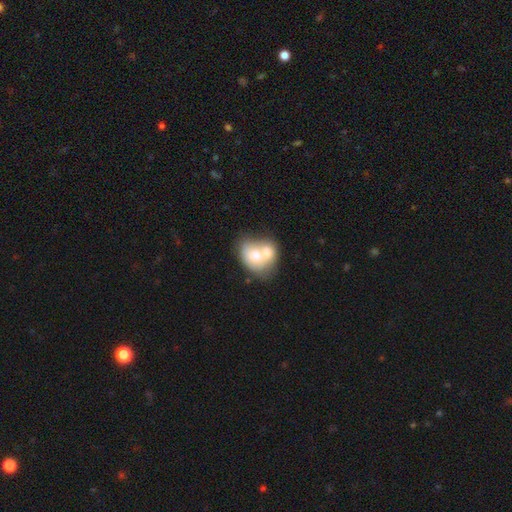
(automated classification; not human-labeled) smooth 61%, featured or disk 32%, star or artifact 7%. Down the decision tree: how rounded — in between (52%); merging — merger (73%).